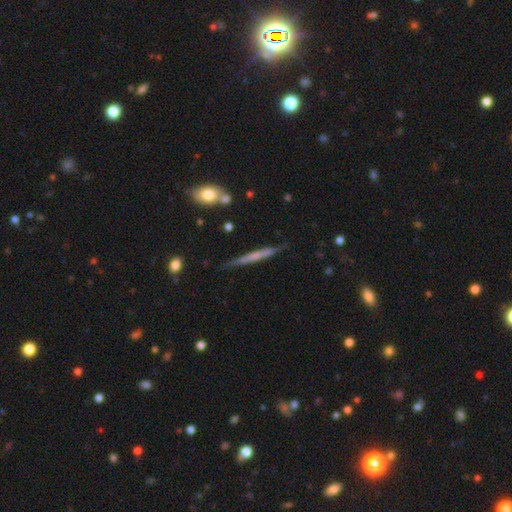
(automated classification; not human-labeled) featured or disk 50%, smooth 44%, star or artifact 6%. Down the decision tree: merging — none (82%).